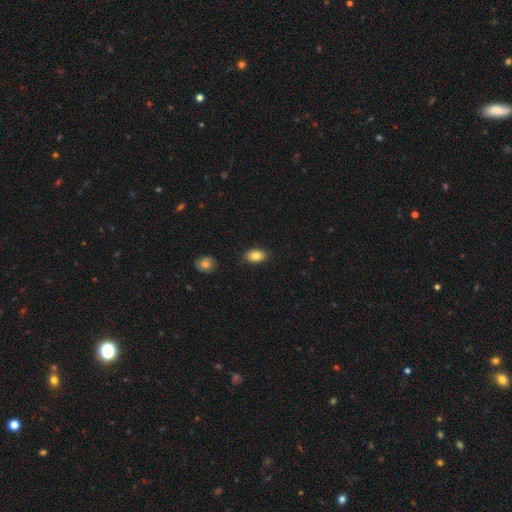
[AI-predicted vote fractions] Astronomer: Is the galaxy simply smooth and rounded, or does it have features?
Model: smooth — 84%.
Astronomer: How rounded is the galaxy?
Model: in between — 88%.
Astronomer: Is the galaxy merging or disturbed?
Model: none — 85%.